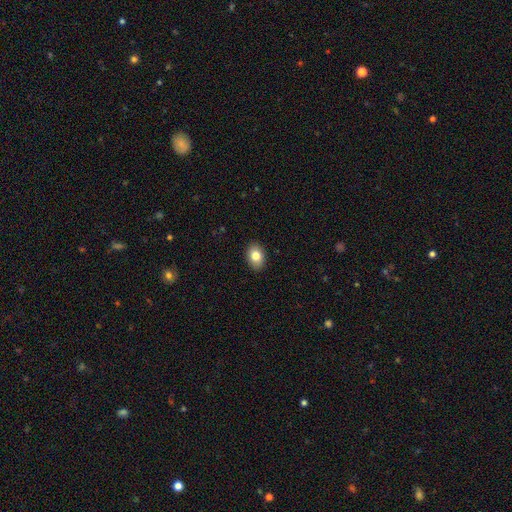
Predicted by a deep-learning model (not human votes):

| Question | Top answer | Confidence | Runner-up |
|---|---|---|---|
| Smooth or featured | smooth | 82% | featured or disk (10%) |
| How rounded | in between | 78% | round (21%) |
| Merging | none | 90% | minor disturbance (7%) |